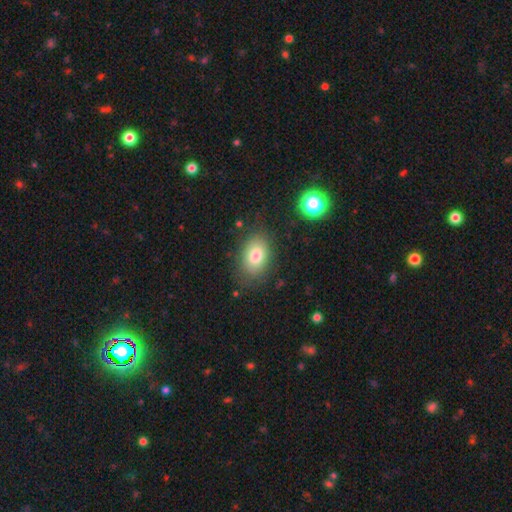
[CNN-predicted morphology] Q: Smooth or featured?
A: smooth (78%); runner-up: featured or disk (12%)
Q: How rounded?
A: in between (83%); runner-up: round (16%)
Q: Merging?
A: none (79%); runner-up: minor disturbance (14%)